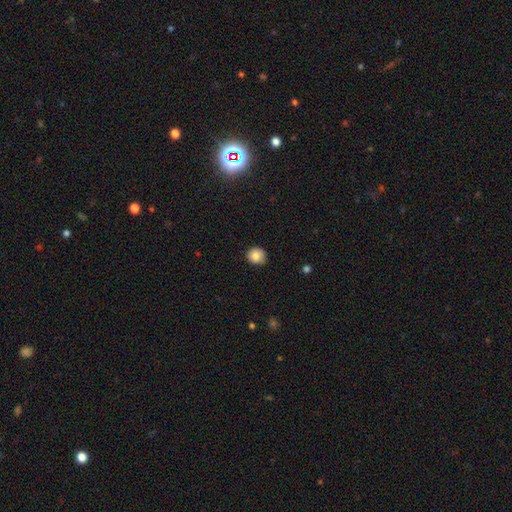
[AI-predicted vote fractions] smooth-or-featured: smooth: 80% | featured or disk: 10% | star or artifact: 9%
  how-rounded: round: 84% | in between: 15% | cigar-shaped: 1%
  merging: none: 80% | minor disturbance: 16% | major disturbance: 3% | merger: 1%